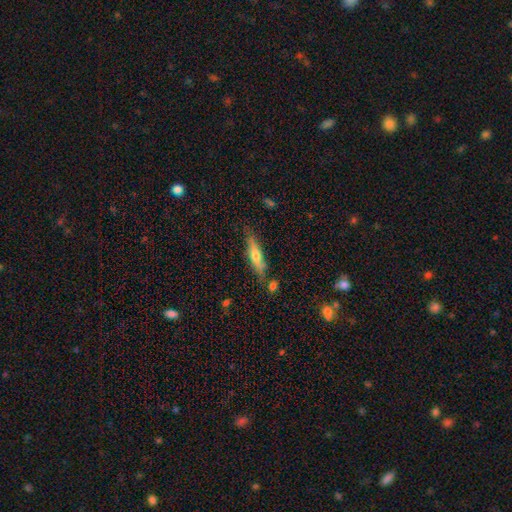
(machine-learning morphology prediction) smooth 54%, featured or disk 39%, star or artifact 7%. Down the decision tree: how rounded — cigar-shaped (73%); merging — none (72%).